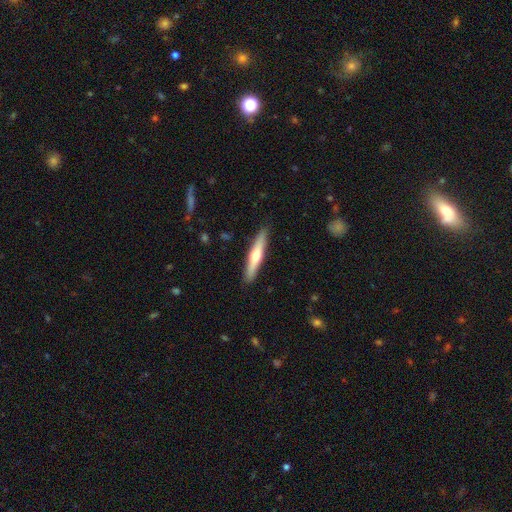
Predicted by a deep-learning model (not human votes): Smooth or featured: featured or disk — 48% (smooth — 47%)
Merging: none — 90% (minor disturbance — 8%)